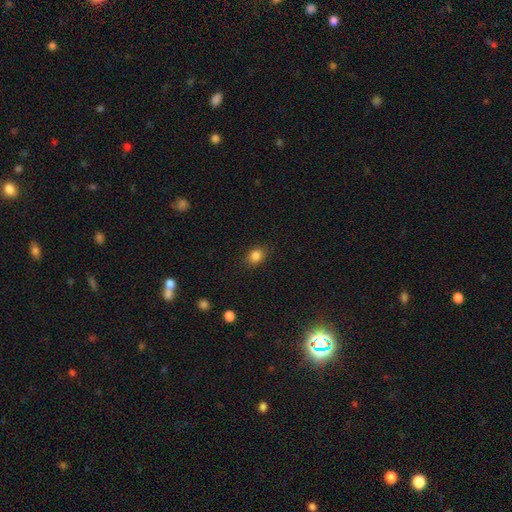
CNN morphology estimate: Overall: smooth (84%). How rounded: in between (59%; round 40%). Merging: none (86%).